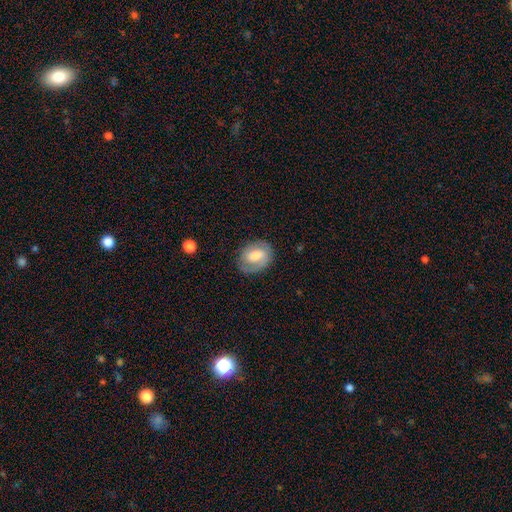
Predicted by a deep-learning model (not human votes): This is possibly a featured or disk galaxy (47%). Merging: likely none (77%).